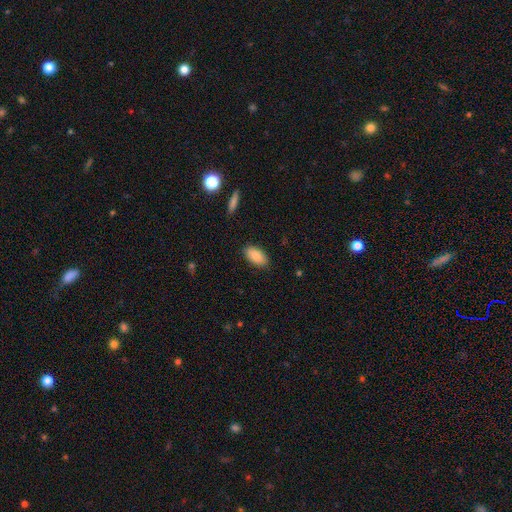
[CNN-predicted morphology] Smooth or featured? Predicted: smooth (p=0.88). How rounded? Predicted: in between (p=0.94). Merging? Predicted: none (p=0.86).